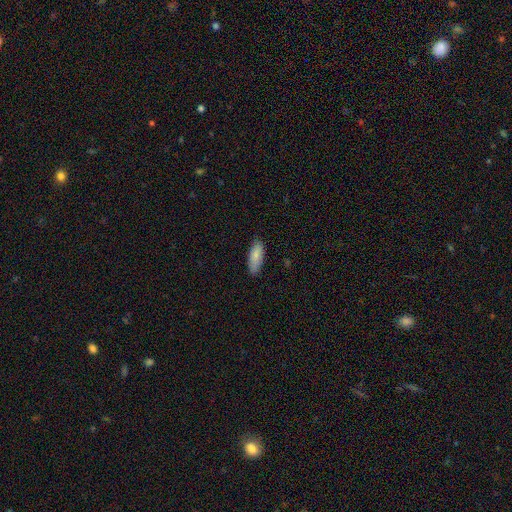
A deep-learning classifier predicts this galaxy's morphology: Smooth or featured: smooth — 84% (featured or disk — 10%)
How rounded: in between — 69% (cigar-shaped — 29%)
Merging: none — 82% (minor disturbance — 14%)